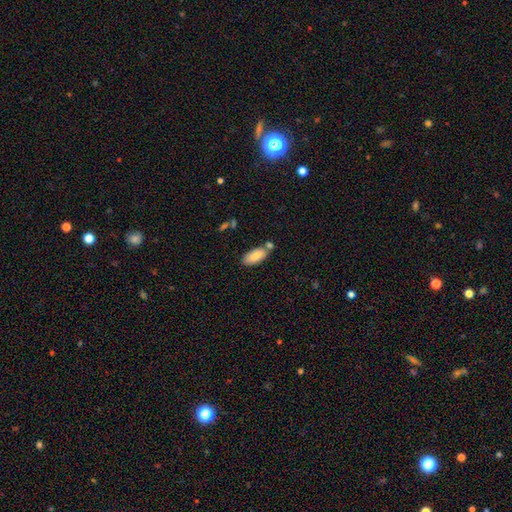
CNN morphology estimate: smooth_or_featured: smooth (p=0.85) [alt: featured or disk p=0.09]
how_rounded: in between (p=0.87) [alt: cigar-shaped p=0.11]
merging: none (p=0.62) [alt: merger p=0.20]